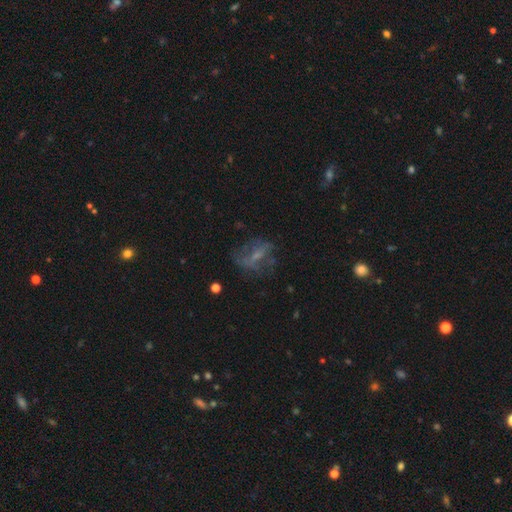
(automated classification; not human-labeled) Smooth or featured: featured or disk — 50% (smooth — 33%)
Merging: none — 50% (major disturbance — 27%)